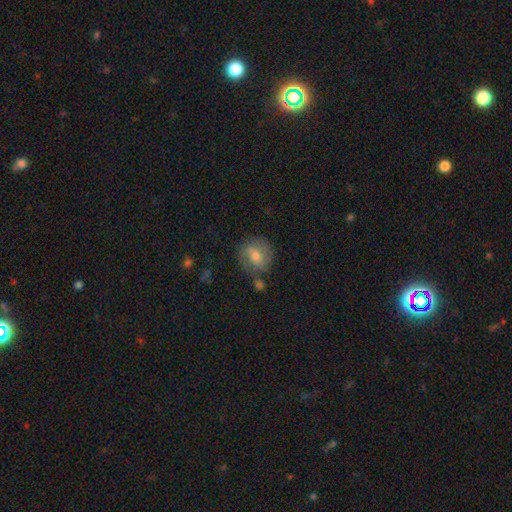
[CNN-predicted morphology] Smooth or featured: smooth — 59% (featured or disk — 33%)
How rounded: round — 70% (in between — 29%)
Merging: none — 63% (minor disturbance — 19%)